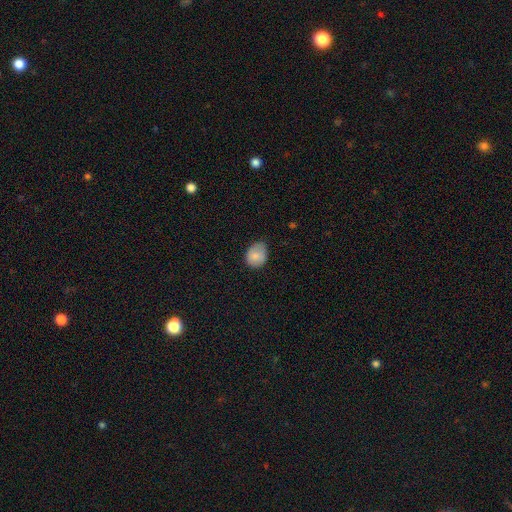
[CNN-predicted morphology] Smooth or featured? smooth (80%)
How rounded? round (50%)
Merging? none (56%)